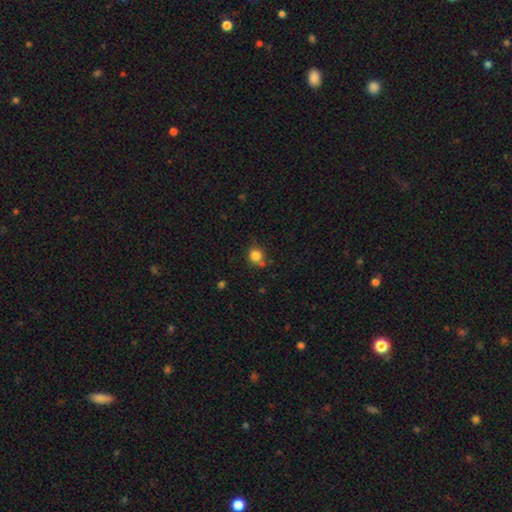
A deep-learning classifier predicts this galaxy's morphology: Smooth or featured? Predicted: smooth (p=0.83). How rounded? Predicted: round (p=0.87). Merging? Predicted: none (p=0.67).